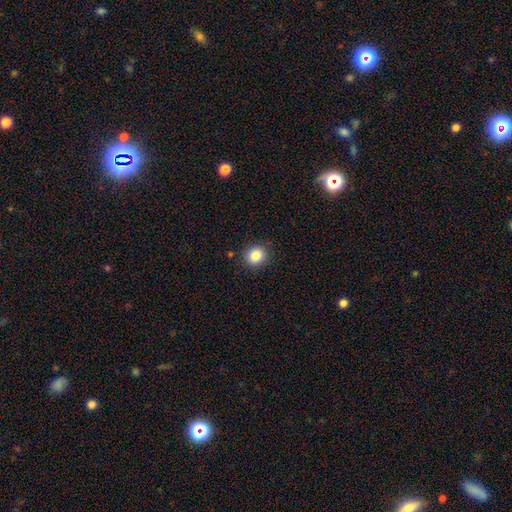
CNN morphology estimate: smooth-or-featured: smooth: 85% | star or artifact: 10% | featured or disk: 5%
  how-rounded: round: 84% | in between: 15% | cigar-shaped: 1%
  merging: none: 88% | minor disturbance: 8% | major disturbance: 2% | merger: 2%